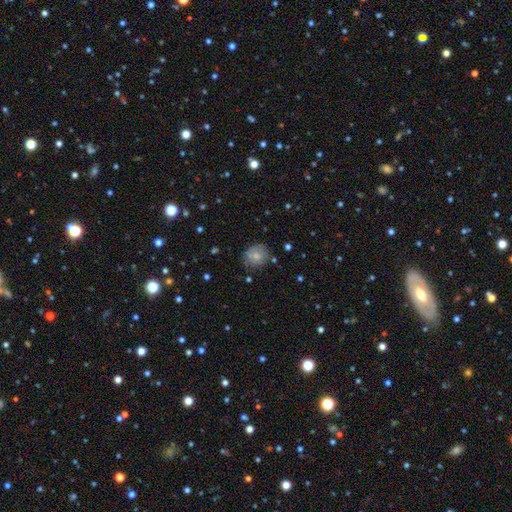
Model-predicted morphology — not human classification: A smooth galaxy with no disk features (72%) that is round (77%). Merging: none (72%).